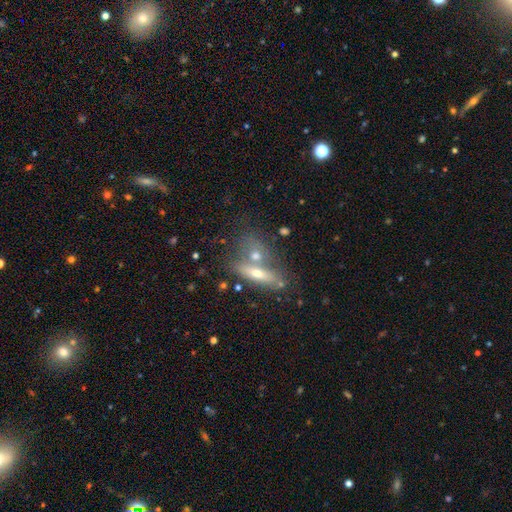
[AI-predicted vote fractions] A smooth galaxy with no disk features (57%) that is in between round and cigar-shaped (45%). Merging: none (42%, tied with merger).